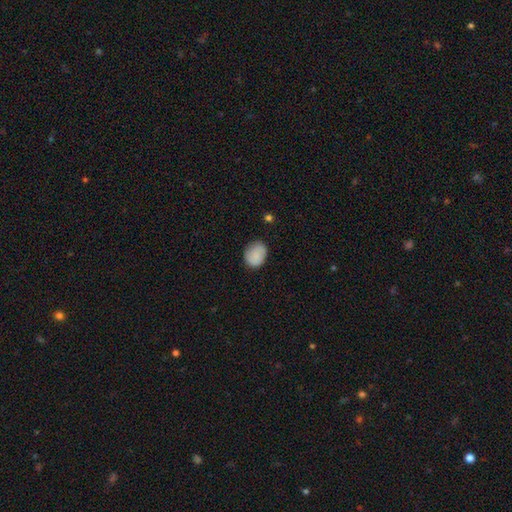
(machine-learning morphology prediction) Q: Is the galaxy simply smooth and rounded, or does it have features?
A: smooth — 85%.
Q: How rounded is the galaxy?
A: round — 51%.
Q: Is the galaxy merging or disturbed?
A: none — 79%.